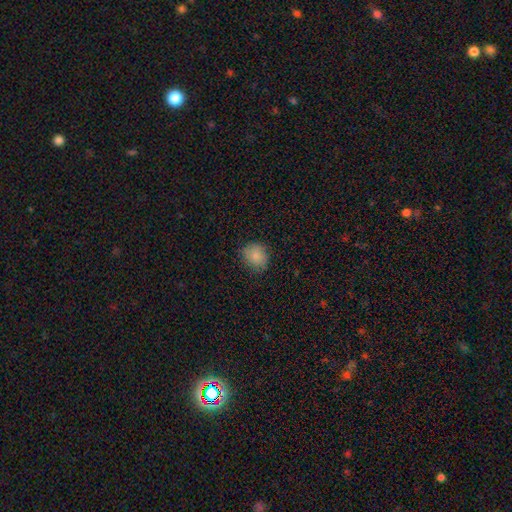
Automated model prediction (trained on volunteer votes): smooth 84%, star or artifact 9%, featured or disk 7%. Down the decision tree: how rounded — round (68%); merging — none (80%).